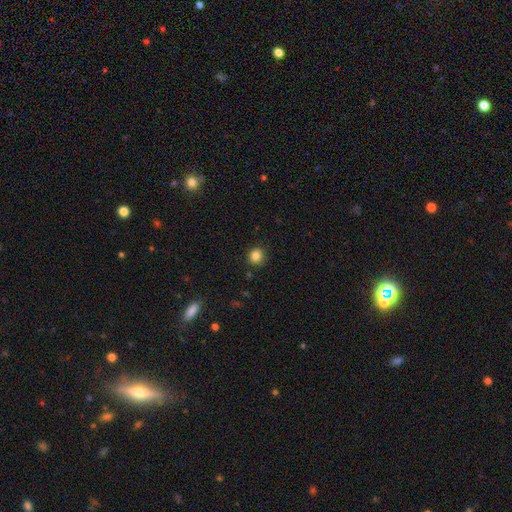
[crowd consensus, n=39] smooth 87%, star or artifact 8%, featured or disk 5%. Down the decision tree: how rounded — round (85%); merging — none (86%).